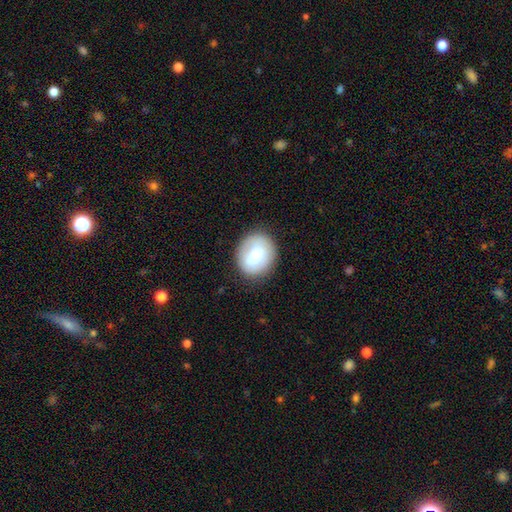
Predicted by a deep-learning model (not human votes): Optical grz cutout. It shows a smooth galaxy with no disk features (68%) that is round (62%). Merging: none (78%).